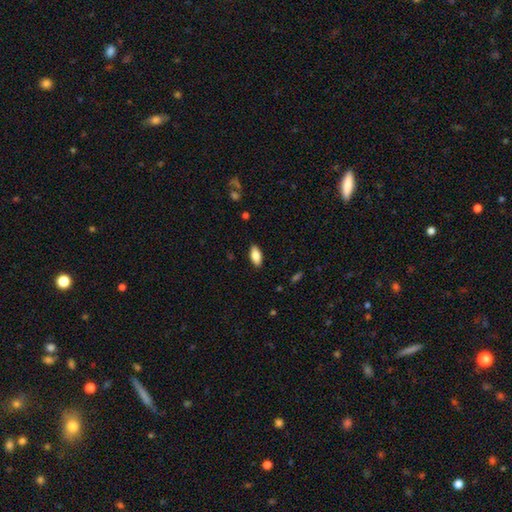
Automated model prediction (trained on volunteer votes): This appears to be a smooth galaxy with no disk features (84%) that is in between round and cigar-shaped (88%). Merging: none (88%).